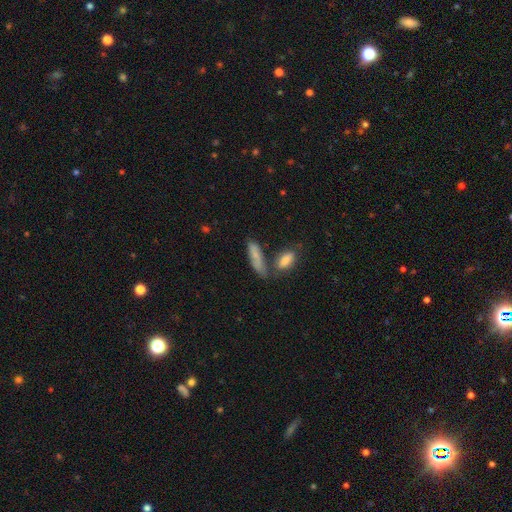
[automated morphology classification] smooth-or-featured: smooth: 74% | featured or disk: 18% | star or artifact: 8%
  how-rounded: cigar-shaped: 54% | in between: 43% | round: 3%
  merging: none: 49% | merger: 27% | minor disturbance: 17% | major disturbance: 7%